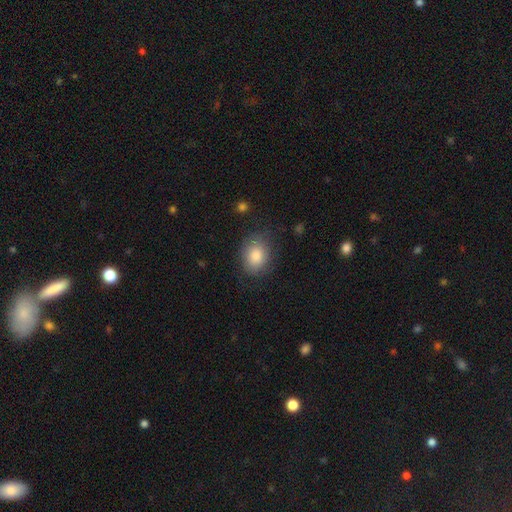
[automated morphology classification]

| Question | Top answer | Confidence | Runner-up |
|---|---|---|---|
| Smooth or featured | smooth | 83% | featured or disk (9%) |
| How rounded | in between | 62% | round (37%) |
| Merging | none | 77% | minor disturbance (17%) |